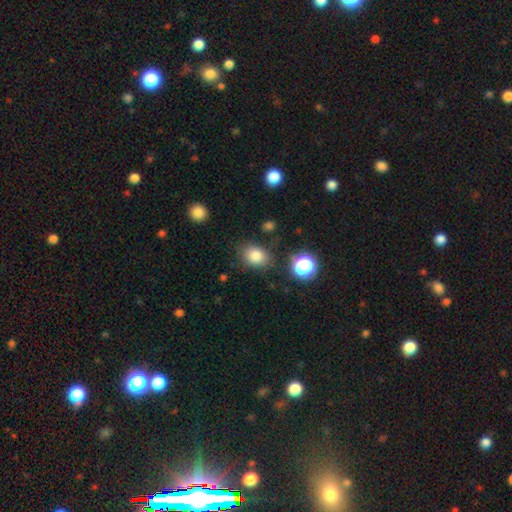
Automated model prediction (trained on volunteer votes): Overall: smooth (81%). How rounded: in between (60%; round 39%). Merging: none (78%).